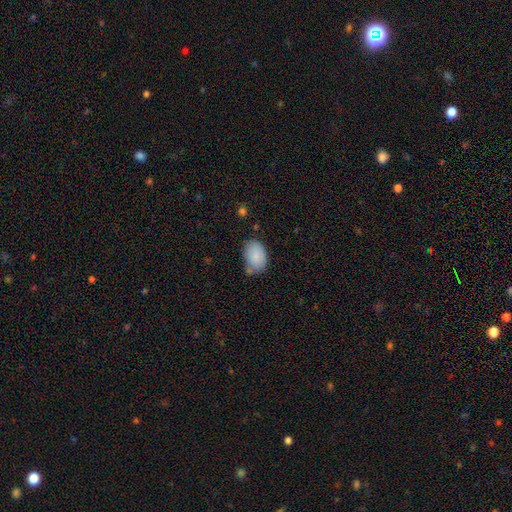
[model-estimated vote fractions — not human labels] Smooth or featured? Predicted: smooth (p=0.86). How rounded? Predicted: in between (p=0.89). Merging? Predicted: none (p=0.62).